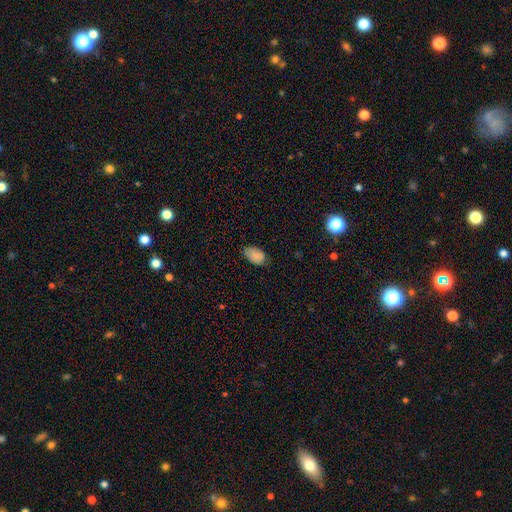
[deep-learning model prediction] Smooth or featured? Predicted: smooth (p=0.86). How rounded? Predicted: in between (p=0.91). Merging? Predicted: none (p=0.71).